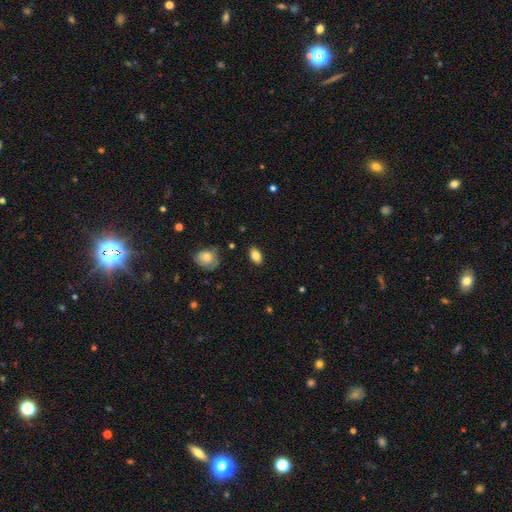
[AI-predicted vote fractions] smooth-or-featured: smooth: 82% | featured or disk: 10% | star or artifact: 8%
  how-rounded: in between: 88% | round: 9% | cigar-shaped: 3%
  merging: none: 86% | minor disturbance: 10% | major disturbance: 2% | merger: 1%